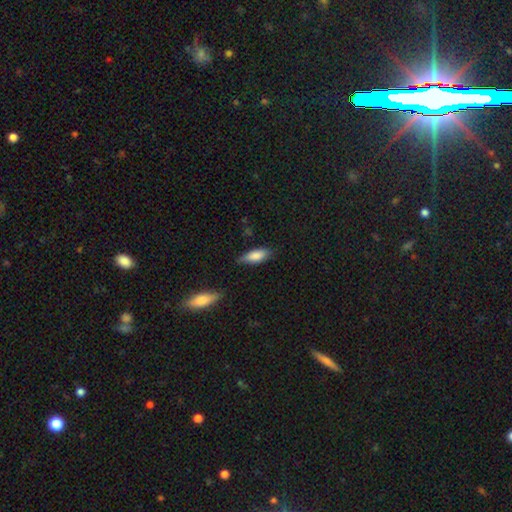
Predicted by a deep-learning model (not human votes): Morphology: type=smooth (81%); roundness=in between (72%); merging=none (68%).